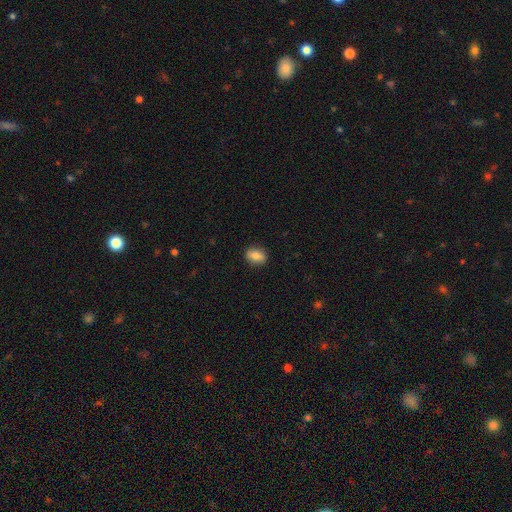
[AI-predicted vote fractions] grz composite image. It shows a smooth galaxy with no disk features (80%) that is in between round and cigar-shaped (70%). Merging: none (88%).